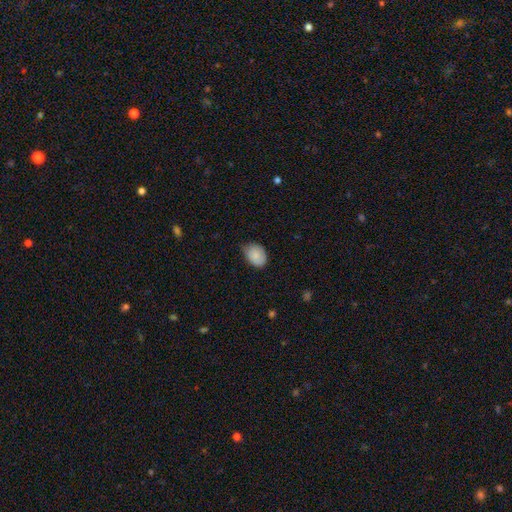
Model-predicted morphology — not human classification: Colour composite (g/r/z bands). It shows a smooth galaxy with no disk features (86%) that is in between round and cigar-shaped (69%). Merging: none (60%).